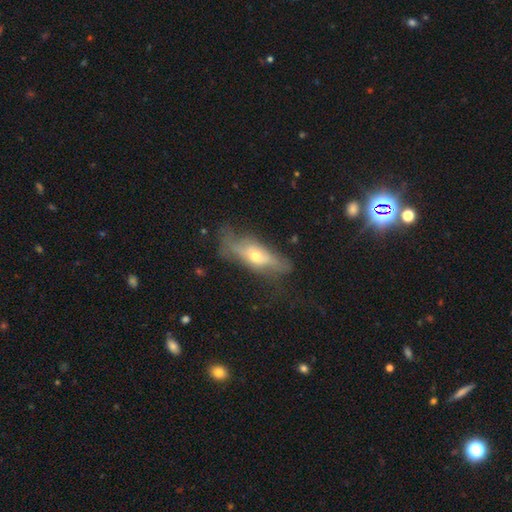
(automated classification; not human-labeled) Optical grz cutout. It shows a featured or disk galaxy (54%). Merging: none (47%).